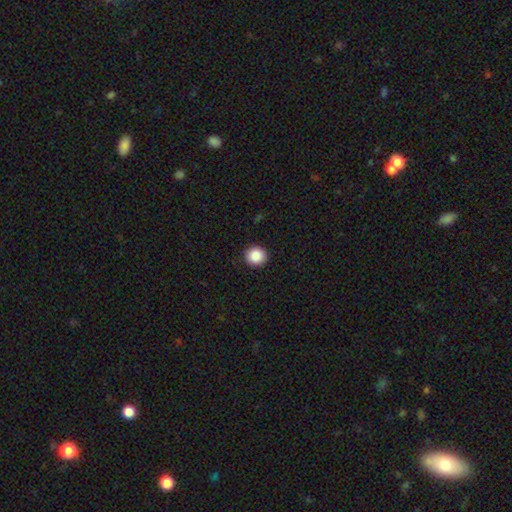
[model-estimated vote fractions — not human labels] Q: Smooth or featured?
A: smooth (88%); runner-up: star or artifact (9%)
Q: How rounded?
A: round (92%); runner-up: in between (7%)
Q: Merging?
A: none (92%); runner-up: minor disturbance (5%)